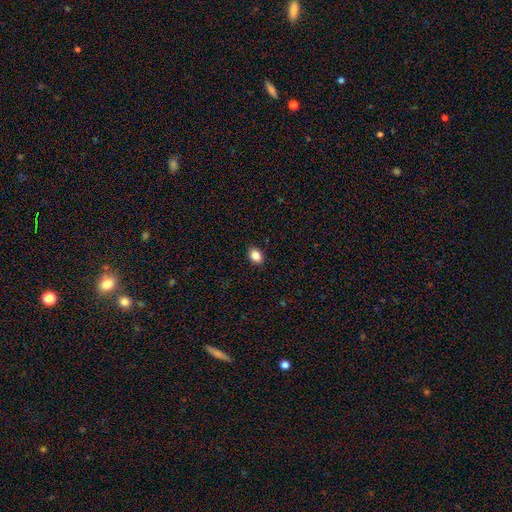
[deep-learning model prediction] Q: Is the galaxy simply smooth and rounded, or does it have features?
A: smooth — 86%.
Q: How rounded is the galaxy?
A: in between — 75%.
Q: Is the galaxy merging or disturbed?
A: none — 90%.